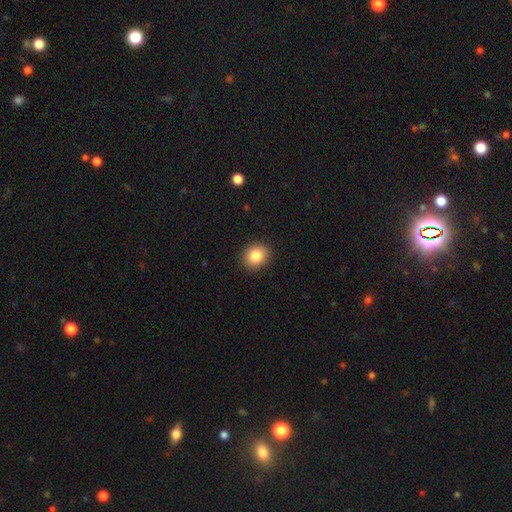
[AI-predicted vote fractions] This appears to be a smooth galaxy with no disk features (85%) that is round (68%). Merging: none (91%).